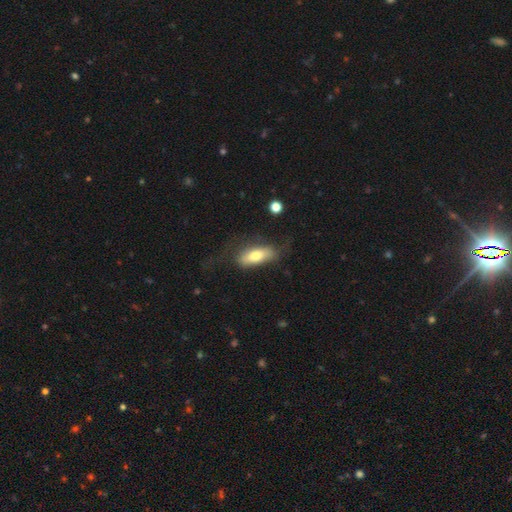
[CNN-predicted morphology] Smooth or featured: smooth — 69% (featured or disk — 25%)
How rounded: in between — 75% (cigar-shaped — 22%)
Merging: none — 55% (minor disturbance — 23%)